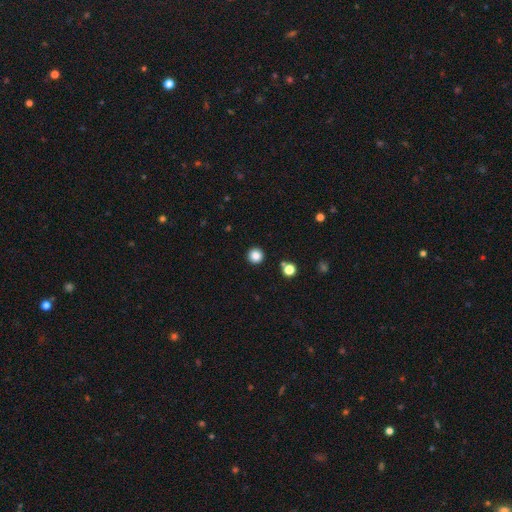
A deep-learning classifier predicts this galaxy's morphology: Q: Smooth or featured?
A: smooth (85%); runner-up: star or artifact (11%)
Q: How rounded?
A: round (96%); runner-up: in between (3%)
Q: Merging?
A: none (92%); runner-up: minor disturbance (5%)